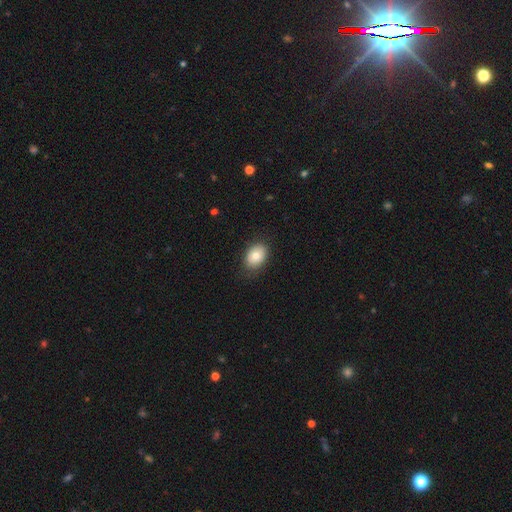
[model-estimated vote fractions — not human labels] Smooth or featured? smooth (79%)
How rounded? in between (76%)
Merging? none (81%)